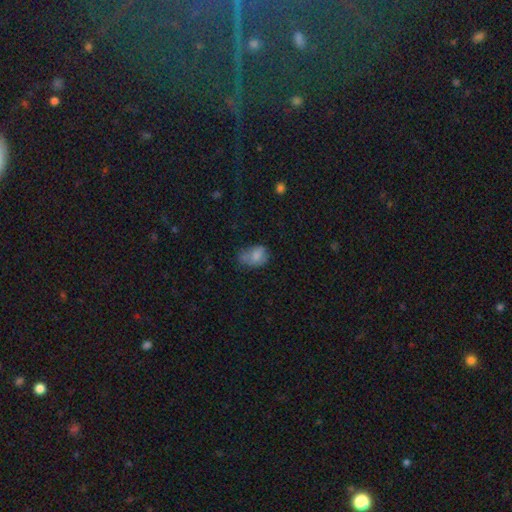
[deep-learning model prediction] This appears to be a smooth galaxy with no disk features (74%) that is in between round and cigar-shaped (77%). Merging: none (40%).